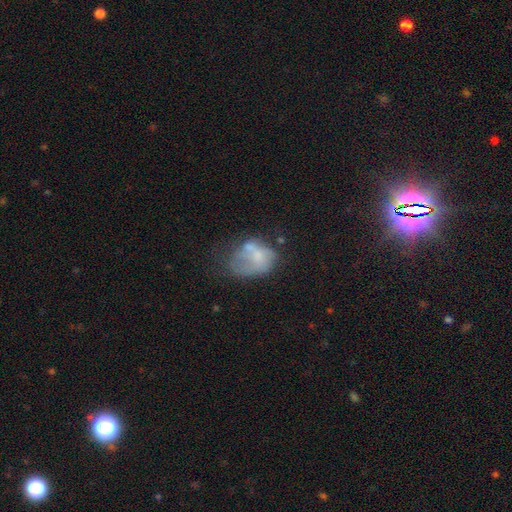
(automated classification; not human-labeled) This is possibly a smooth galaxy (50%). Merging: marginally major disturbance (35%).